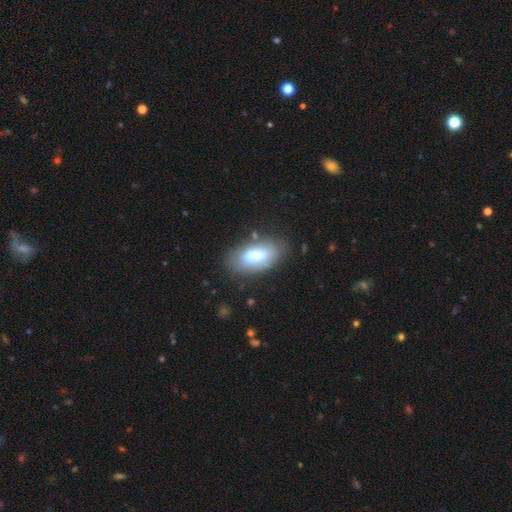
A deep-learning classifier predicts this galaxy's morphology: smooth_or_featured: smooth (p=0.67) [alt: featured or disk p=0.25]
how_rounded: in between (p=0.86) [alt: cigar-shaped p=0.10]
merging: none (p=0.71) [alt: minor disturbance p=0.18]